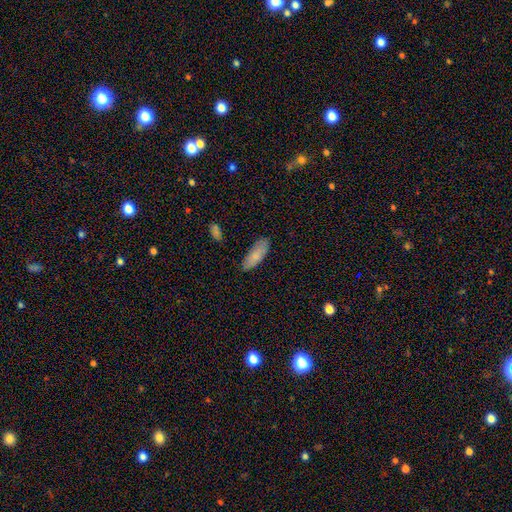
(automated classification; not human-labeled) Smooth or featured? Predicted: smooth (p=0.82). How rounded? Predicted: in between (p=0.69). Merging? Predicted: none (p=0.78).